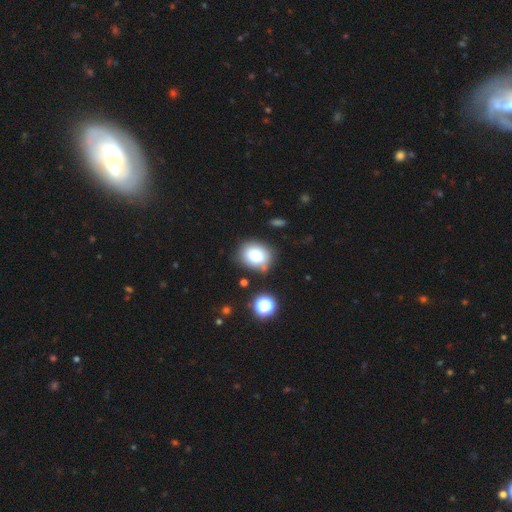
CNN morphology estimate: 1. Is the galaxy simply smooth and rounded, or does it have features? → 82% smooth, 10% star or artifact, 7% featured or disk.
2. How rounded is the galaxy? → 50% in between, 49% round, 1% cigar-shaped.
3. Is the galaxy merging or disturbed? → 74% none, 16% minor disturbance, 6% merger, 5% major disturbance.